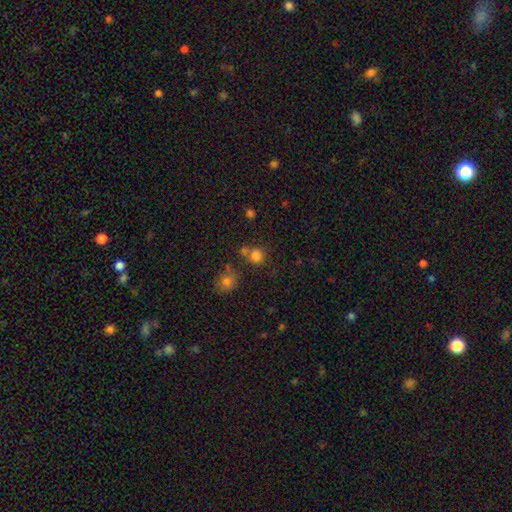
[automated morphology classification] Smooth or featured?
  - smooth: 79% *
  - star or artifact: 15%
  - featured or disk: 6%
How rounded?
  - round: 83% *
  - in between: 16%
  - cigar-shaped: 1%
Merging?
  - none: 62% *
  - merger: 21%
  - minor disturbance: 12%
  - major disturbance: 5%